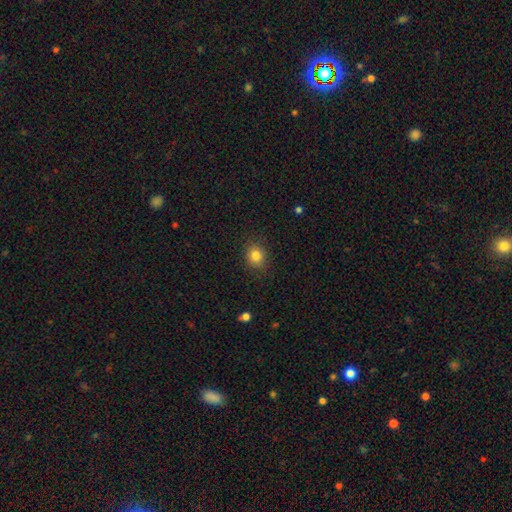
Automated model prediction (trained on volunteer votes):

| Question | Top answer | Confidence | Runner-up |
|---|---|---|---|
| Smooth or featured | smooth | 84% | star or artifact (11%) |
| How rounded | round | 71% | in between (28%) |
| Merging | none | 88% | minor disturbance (8%) |